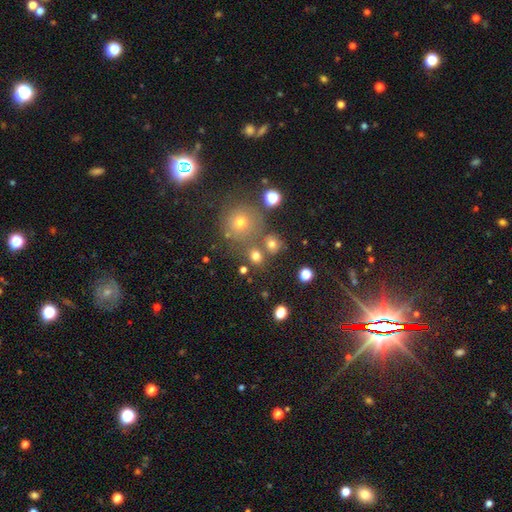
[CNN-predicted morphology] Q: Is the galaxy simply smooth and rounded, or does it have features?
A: smooth — 73%.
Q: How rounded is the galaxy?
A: round — 81%.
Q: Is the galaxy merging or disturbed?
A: none — 69%.